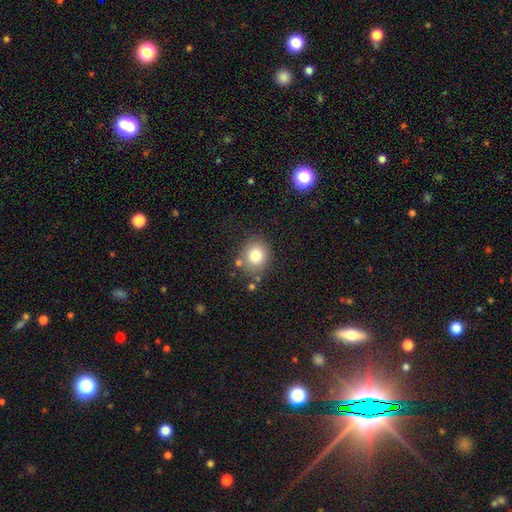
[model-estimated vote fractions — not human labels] This appears to be a smooth galaxy with no disk features (79%) that is round (79%). Merging: none (80%).